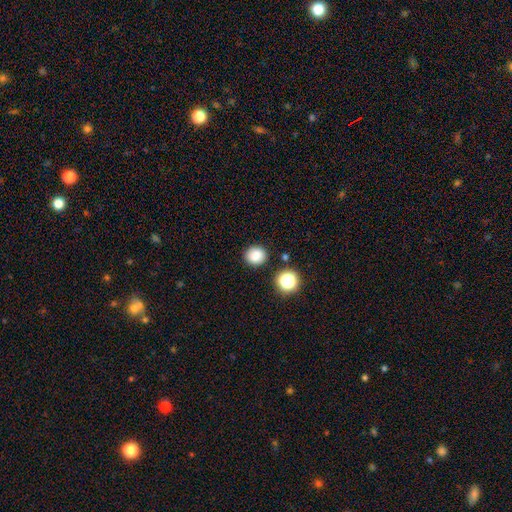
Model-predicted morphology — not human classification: This appears to be a smooth galaxy with no disk features (83%) that is round (86%). Merging: none (87%).